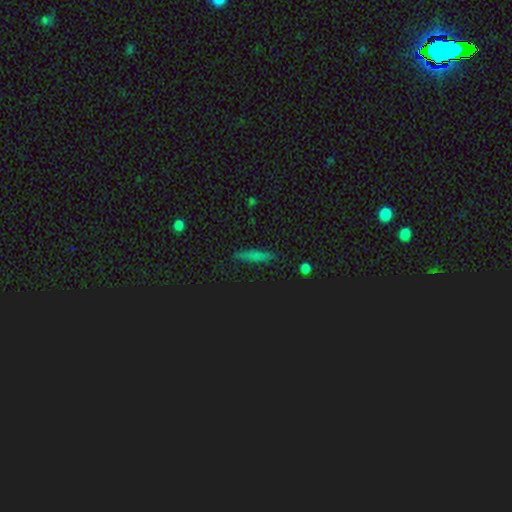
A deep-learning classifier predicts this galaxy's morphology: Q: Smooth or featured?
A: smooth (61%); runner-up: star or artifact (21%)
Q: How rounded?
A: cigar-shaped (79%); runner-up: in between (16%)
Q: Merging?
A: none (86%); runner-up: minor disturbance (10%)